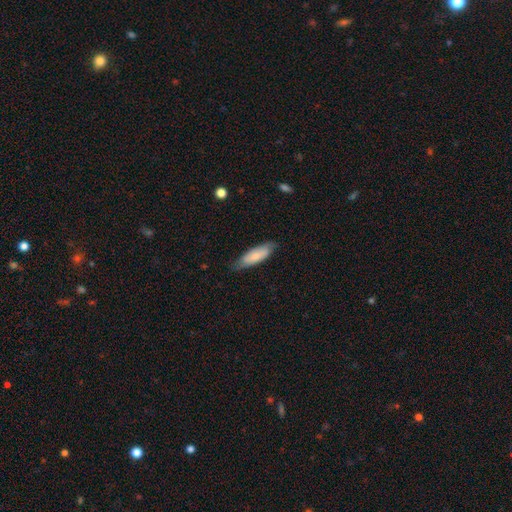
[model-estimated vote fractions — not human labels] The model was most divided on "how rounded": in between: 55%, cigar-shaped: 43%, round: 2%. More confident: merging — none (76%); smooth or featured — smooth (74%).